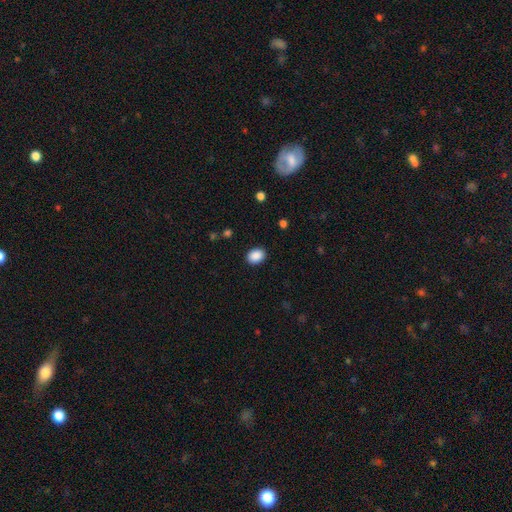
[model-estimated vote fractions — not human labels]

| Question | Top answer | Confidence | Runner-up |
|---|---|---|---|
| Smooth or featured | smooth | 89% | star or artifact (8%) |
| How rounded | in between | 67% | round (32%) |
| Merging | none | 89% | minor disturbance (7%) |